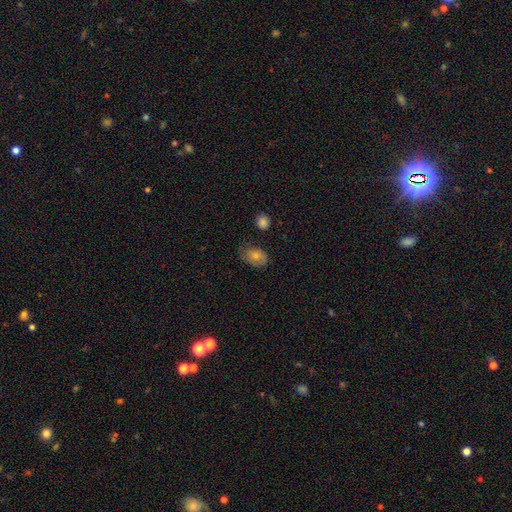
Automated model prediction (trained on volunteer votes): This is possibly a smooth galaxy (52%). How rounded: likely in between (75%). Merging: likely none (70%).